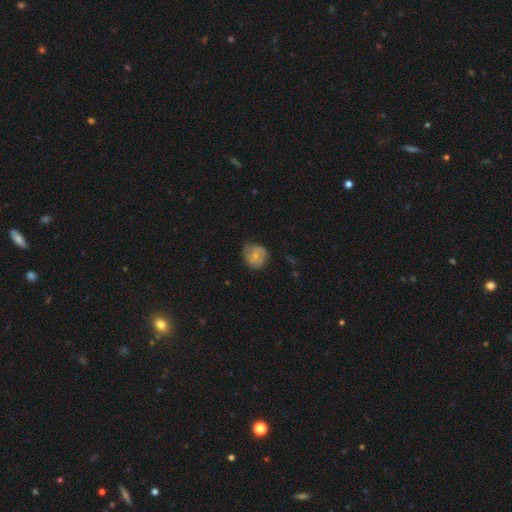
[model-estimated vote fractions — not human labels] Overall: featured or disk (49%; smooth 44%). Merging: none (64%; minor disturbance 27%).